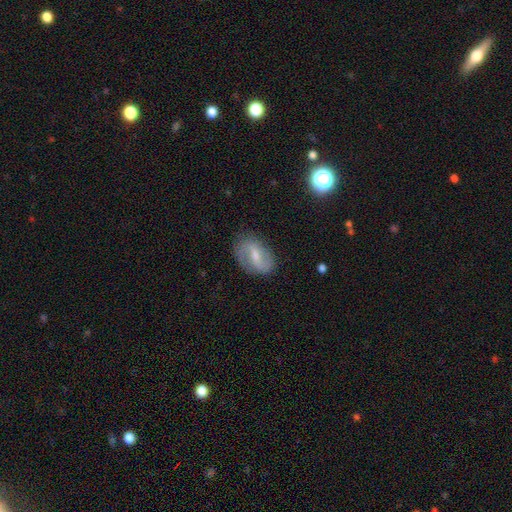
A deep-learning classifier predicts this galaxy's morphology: Smooth or featured: featured or disk — 63% (smooth — 30%)
Edge-on disk: no — 96% (yes — 4%)
Bar: weak — 54% (strong — 29%)
Spiral arms: yes — 82% (no — 18%)
Bulge size: small — 47% (moderate — 40%)
Merging: none — 76% (minor disturbance — 17%)